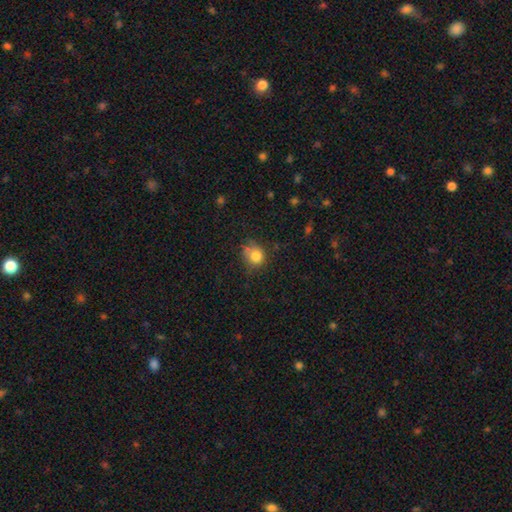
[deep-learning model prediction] smooth 81%, star or artifact 11%, featured or disk 8%. Down the decision tree: how rounded — round (76%); merging — none (58%).